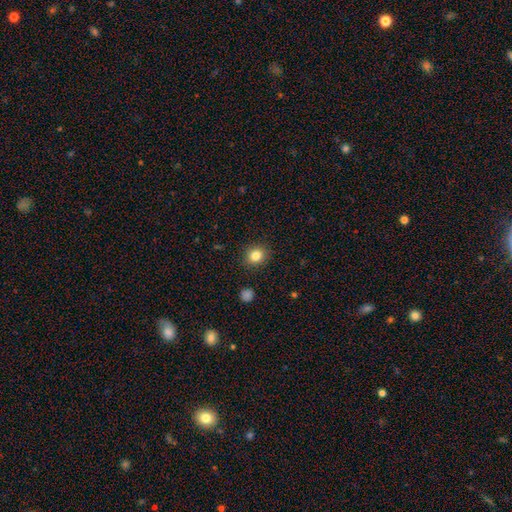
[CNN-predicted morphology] Smooth or featured?
  - smooth: 83% *
  - star or artifact: 11%
  - featured or disk: 6%
How rounded?
  - round: 78% *
  - in between: 21%
  - cigar-shaped: 1%
Merging?
  - none: 90% *
  - minor disturbance: 7%
  - major disturbance: 2%
  - merger: 1%